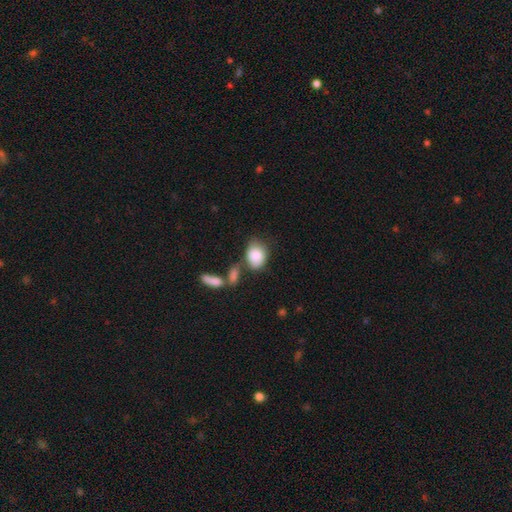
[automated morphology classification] A smooth galaxy with no disk features (85%) that is in between round and cigar-shaped (74%).

Vote fractions:
- Smooth or featured? smooth: 85% / featured or disk: 8% / star or artifact: 7%
- How rounded? in between: 74% / round: 25% / cigar-shaped: 1%
- Merging? none: 43% / merger: 26% / minor disturbance: 22% / major disturbance: 10%